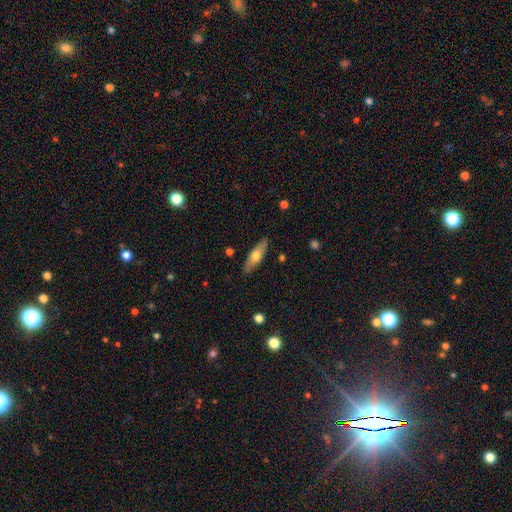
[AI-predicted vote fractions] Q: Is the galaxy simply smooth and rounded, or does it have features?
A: smooth — 57%.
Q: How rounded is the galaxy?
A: cigar-shaped — 53%.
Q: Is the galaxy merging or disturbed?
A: none — 87%.